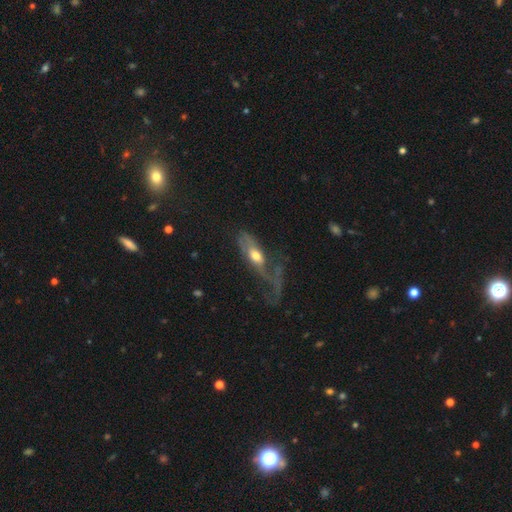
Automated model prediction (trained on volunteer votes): This is possibly a featured or disk galaxy (57%). It is likely not viewed edge-on (76%). Merging: possibly major disturbance (56%).